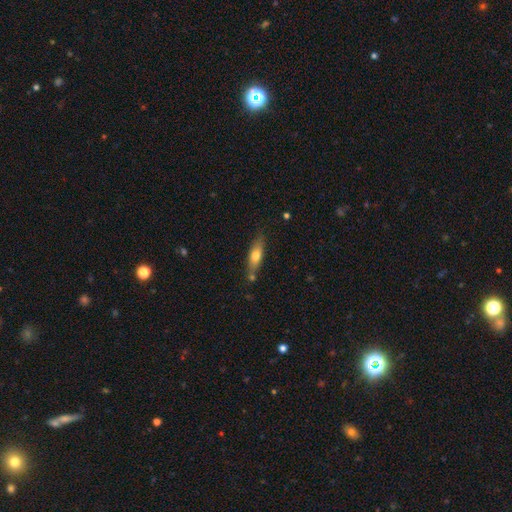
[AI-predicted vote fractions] The model was most divided on "how rounded": cigar-shaped: 58%, in between: 39%, round: 3%. More confident: merging — none (72%); smooth or featured — smooth (63%).